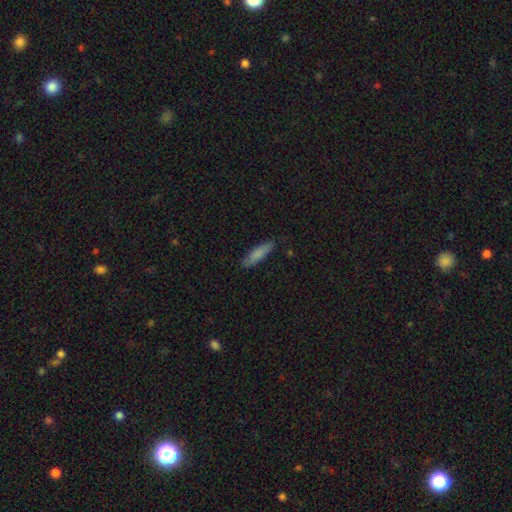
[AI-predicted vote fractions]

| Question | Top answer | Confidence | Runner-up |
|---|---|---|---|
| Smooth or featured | smooth | 79% | featured or disk (15%) |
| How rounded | cigar-shaped | 77% | in between (22%) |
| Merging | none | 86% | minor disturbance (11%) |